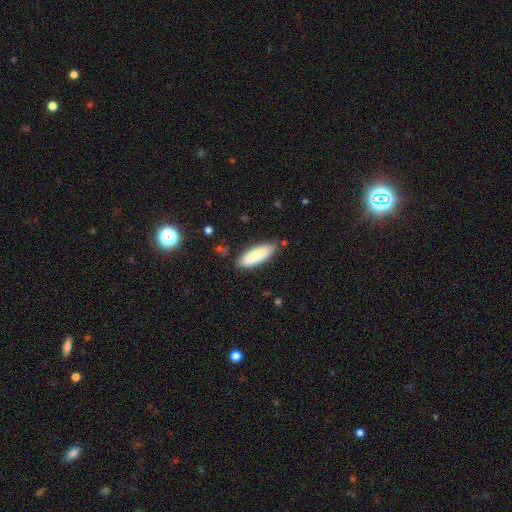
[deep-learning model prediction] smooth 78%, featured or disk 16%, star or artifact 6%. Down the decision tree: how rounded — in between (63%); merging — none (79%).